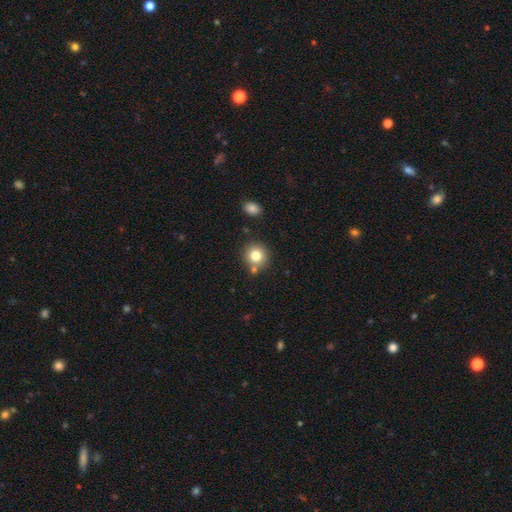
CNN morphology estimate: The model was most divided on "merging": none: 76%, merger: 12%, minor disturbance: 9%, major disturbance: 3%. More confident: how rounded — round (88%); smooth or featured — smooth (80%).